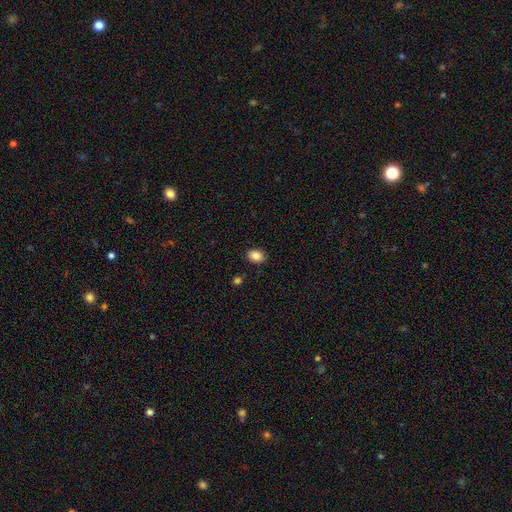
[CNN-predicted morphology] This is clearly a smooth galaxy (86%). How rounded: possibly in between (59%). Merging: clearly none (87%).